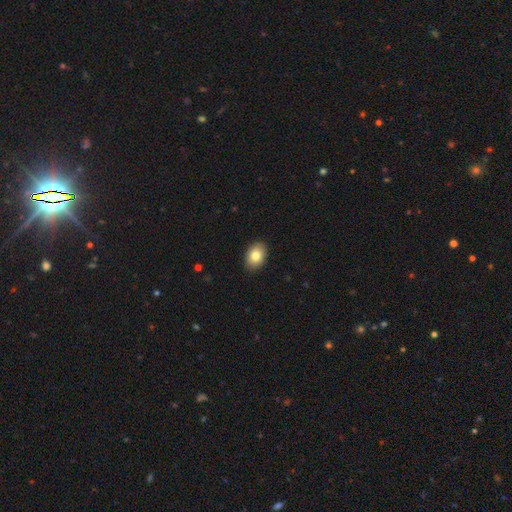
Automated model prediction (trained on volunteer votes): Smooth or featured? Predicted: smooth (p=0.82). How rounded? Predicted: in between (p=0.81). Merging? Predicted: none (p=0.89).